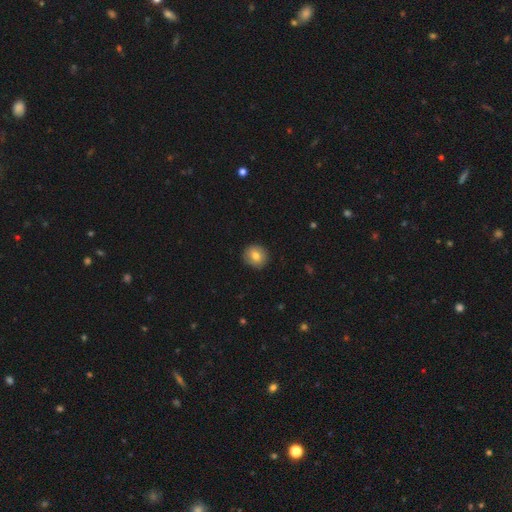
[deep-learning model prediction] Morphology: type=smooth (78%); roundness=round (89%); merging=none (89%).